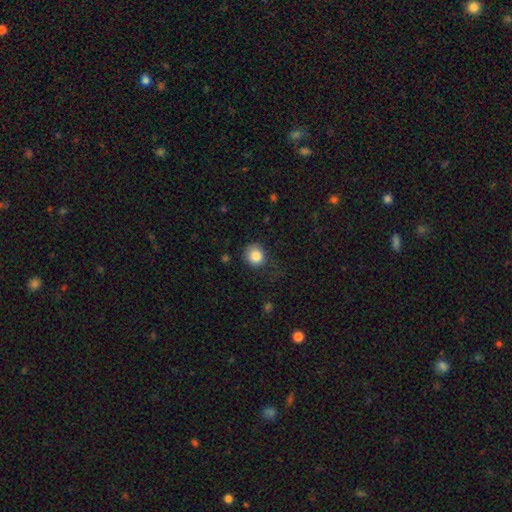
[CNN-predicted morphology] smooth-or-featured: smooth: 84% | star or artifact: 10% | featured or disk: 6%
  how-rounded: round: 81% | in between: 19% | cigar-shaped: 1%
  merging: none: 70% | minor disturbance: 20% | major disturbance: 8% | merger: 1%